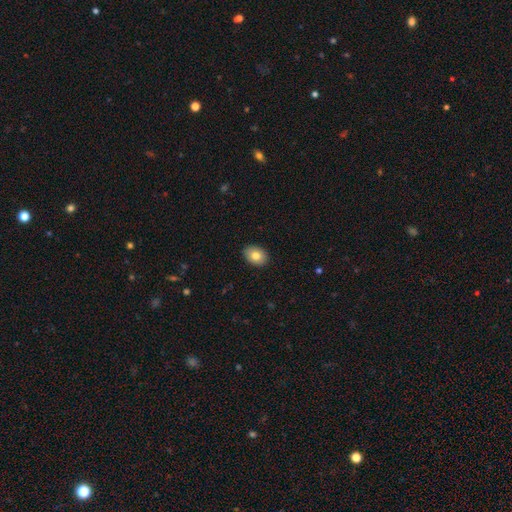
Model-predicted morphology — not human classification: Overall: smooth (80%). How rounded: in between (76%). Merging: none (90%).